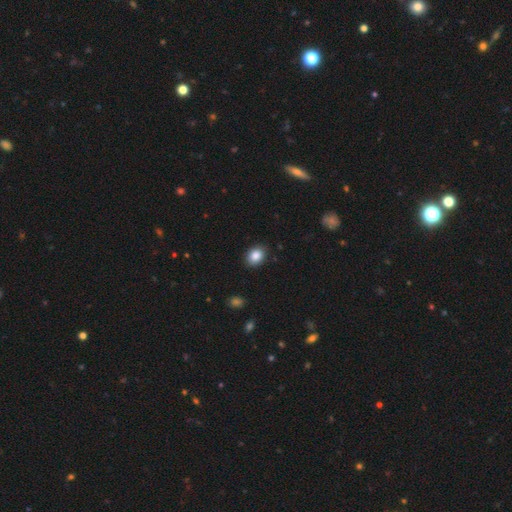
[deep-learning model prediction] Smooth or featured: smooth — 87% (star or artifact — 9%)
How rounded: in between — 52% (round — 47%)
Merging: none — 88% (minor disturbance — 9%)